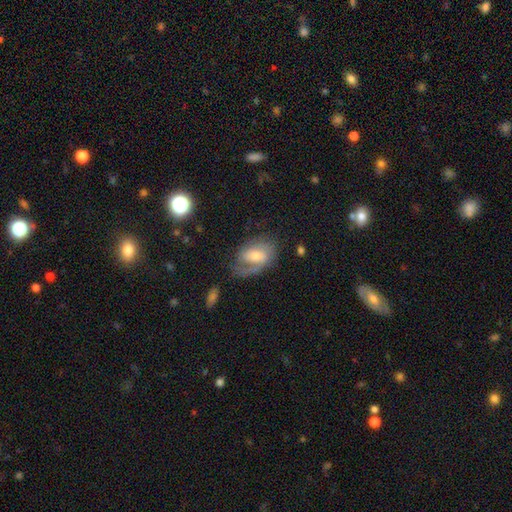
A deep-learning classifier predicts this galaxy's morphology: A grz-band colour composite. It shows a featured or disk galaxy (64%) with a weak bar (43%, tied with no), 2 (43%) medium (42%) spiral arms (84%) and a moderate central bulge (50%). Merging: none (52%).